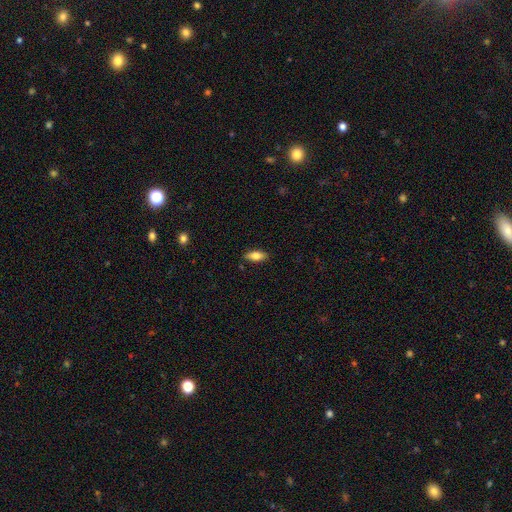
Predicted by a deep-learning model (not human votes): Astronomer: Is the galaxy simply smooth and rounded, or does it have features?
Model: smooth — 78%.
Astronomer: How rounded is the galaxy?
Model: in between — 81%.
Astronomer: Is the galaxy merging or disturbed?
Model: none — 87%.